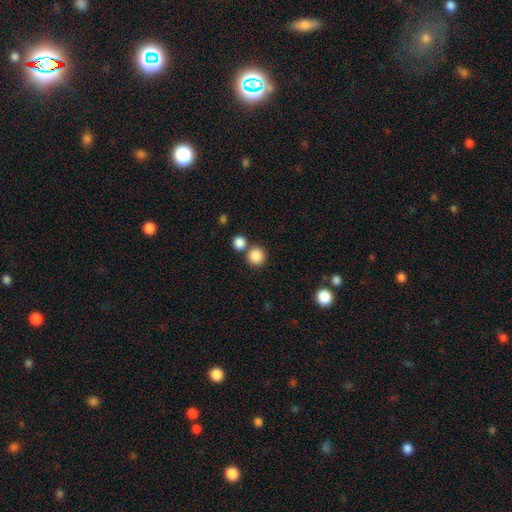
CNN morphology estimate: Smooth or featured?
  - smooth: 86% *
  - star or artifact: 9%
  - featured or disk: 4%
How rounded?
  - round: 92% *
  - in between: 7%
  - cigar-shaped: 1%
Merging?
  - none: 69% *
  - merger: 21%
  - minor disturbance: 7%
  - major disturbance: 3%